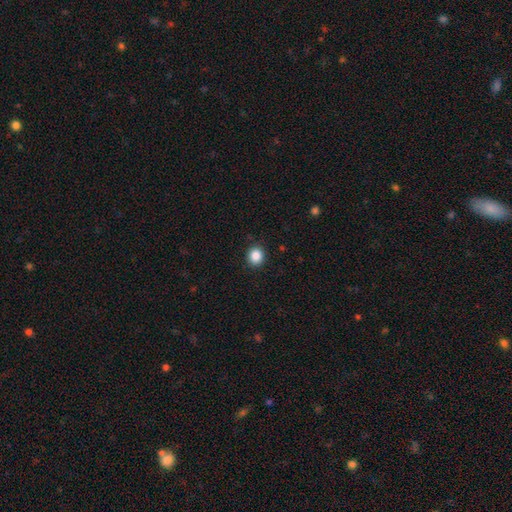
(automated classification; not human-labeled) Morphology: type=smooth (87%); roundness=round (86%); merging=none (91%).